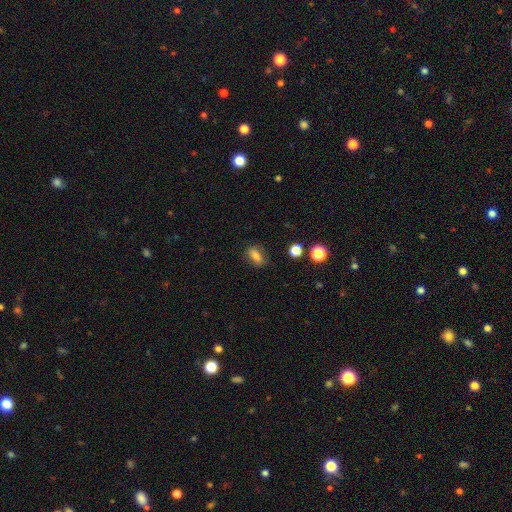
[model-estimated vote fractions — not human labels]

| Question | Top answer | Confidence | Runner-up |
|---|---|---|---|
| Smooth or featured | smooth | 78% | star or artifact (11%) |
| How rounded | in between | 78% | round (14%) |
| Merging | none | 81% | minor disturbance (14%) |